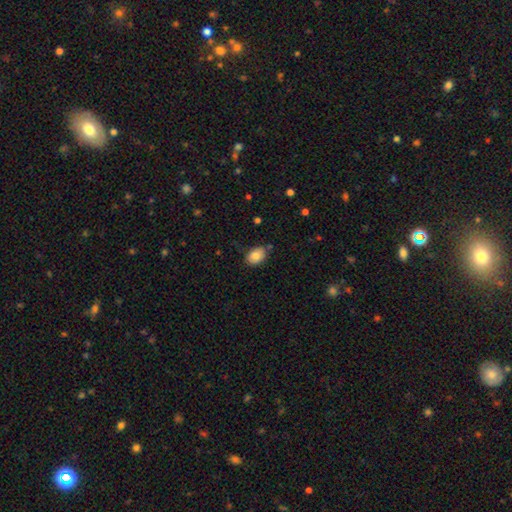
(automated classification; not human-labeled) Smooth or featured?
  - smooth: 84% *
  - featured or disk: 8%
  - star or artifact: 8%
How rounded?
  - in between: 81% *
  - round: 18%
  - cigar-shaped: 1%
Merging?
  - none: 73% *
  - minor disturbance: 20%
  - merger: 4%
  - major disturbance: 3%